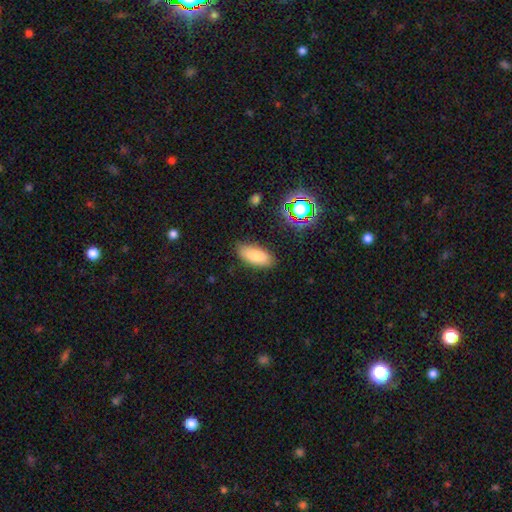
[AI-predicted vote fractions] Overall: smooth (79%). How rounded: in between (86%). Merging: none (84%).